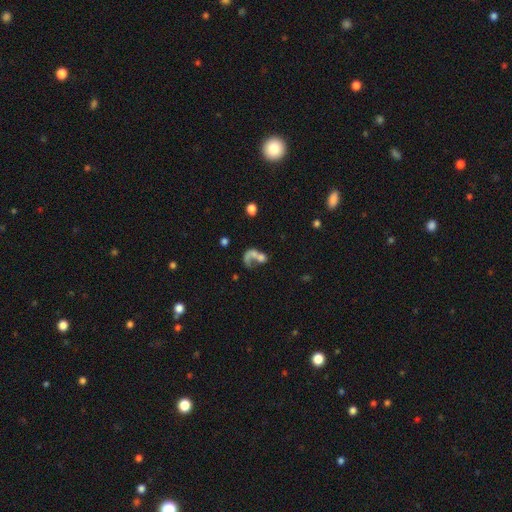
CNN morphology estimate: featured or disk 46%, smooth 41%, star or artifact 13%. Down the decision tree: merging — merger (46%).